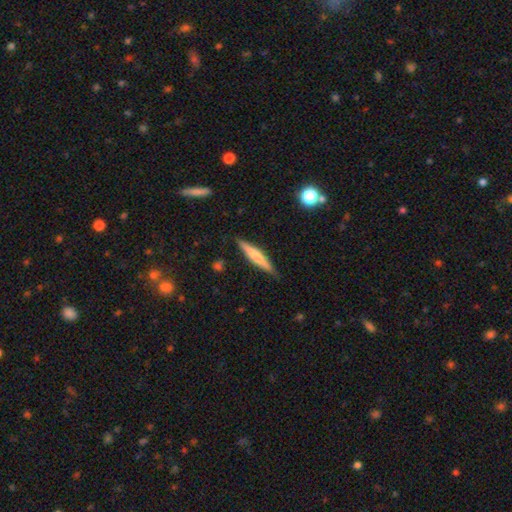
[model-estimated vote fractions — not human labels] smooth-or-featured: smooth: 54% | featured or disk: 40% | star or artifact: 6%
  how-rounded: cigar-shaped: 91% | in between: 8% | round: 1%
  merging: none: 86% | minor disturbance: 10% | major disturbance: 2% | merger: 1%